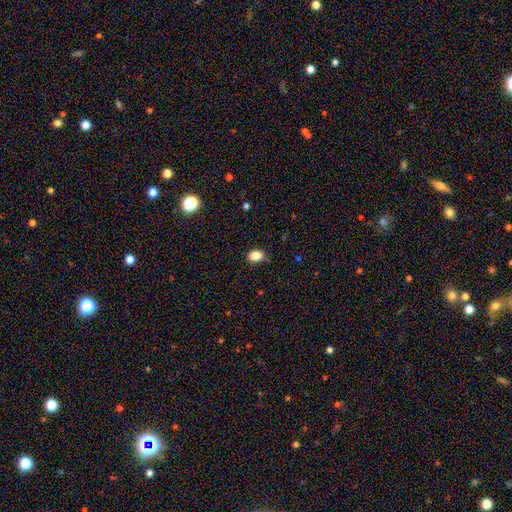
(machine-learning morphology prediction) Smooth or featured?
  - smooth: 86% *
  - star or artifact: 10%
  - featured or disk: 5%
How rounded?
  - in between: 70% *
  - round: 29%
  - cigar-shaped: 1%
Merging?
  - none: 83% *
  - minor disturbance: 13%
  - major disturbance: 2%
  - merger: 1%